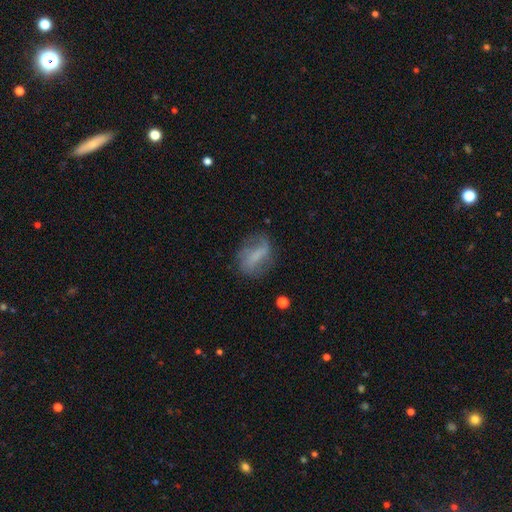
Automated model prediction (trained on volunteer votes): Q: Smooth or featured?
A: featured or disk (49%); runner-up: smooth (41%)
Q: Merging?
A: none (61%); runner-up: minor disturbance (24%)